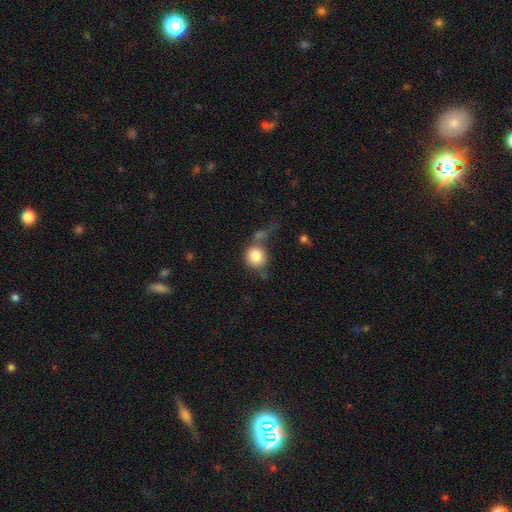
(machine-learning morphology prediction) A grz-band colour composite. It shows a smooth galaxy with no disk features (83%) that is round (87%). Merging: none (45%).